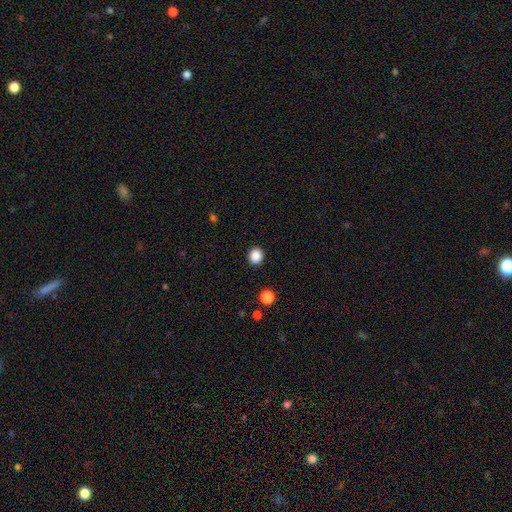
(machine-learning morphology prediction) This is clearly a smooth galaxy (87%). How rounded: likely round (78%). Merging: clearly none (91%).